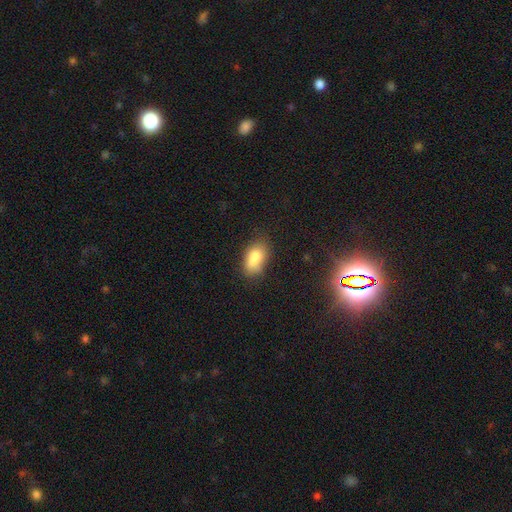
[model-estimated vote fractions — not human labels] A smooth galaxy with no disk features (79%) that is in between round and cigar-shaped (88%). Merging: none (54%).